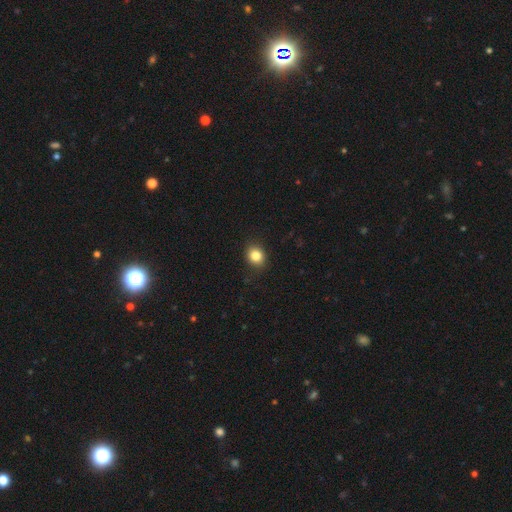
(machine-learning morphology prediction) type=smooth (84%); roundness=round (63%); merging=none (87%).